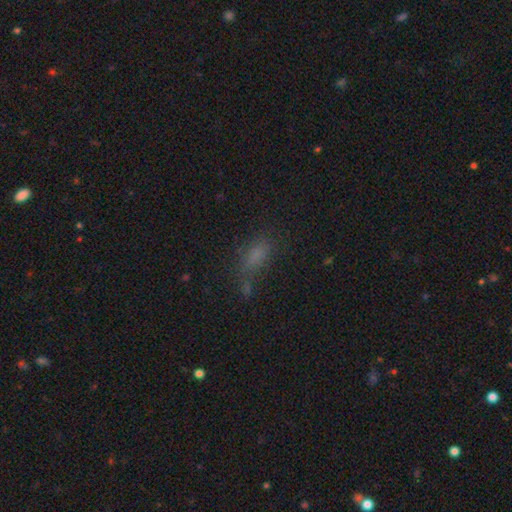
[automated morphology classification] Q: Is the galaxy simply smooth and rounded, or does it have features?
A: smooth — 67%.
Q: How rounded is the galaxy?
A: in between — 68%.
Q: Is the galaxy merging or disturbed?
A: none — 53%.